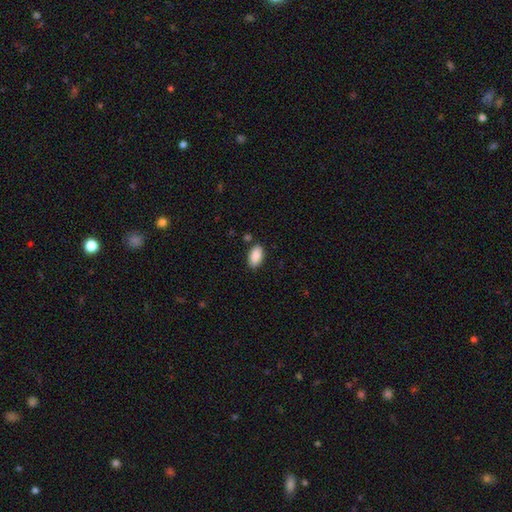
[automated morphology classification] A smooth galaxy with no disk features (90%) that is in between round and cigar-shaped (94%).

Vote fractions:
- Smooth or featured? smooth: 90% / star or artifact: 7% / featured or disk: 3%
- How rounded? in between: 94% / round: 4% / cigar-shaped: 3%
- Merging? none: 85% / minor disturbance: 11% / merger: 2% / major disturbance: 2%